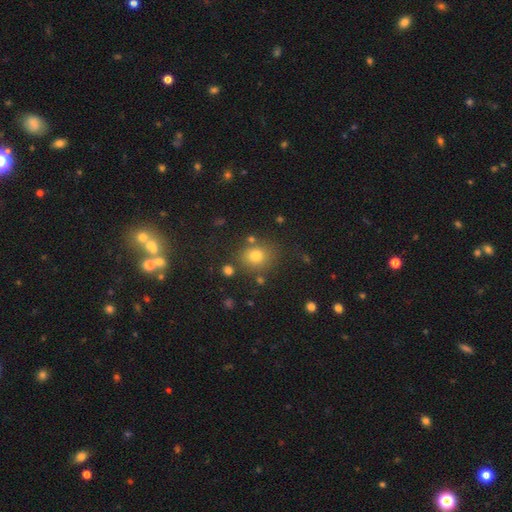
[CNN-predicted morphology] This is likely a smooth galaxy (76%). How rounded: likely round (70%). Merging: likely none (77%).